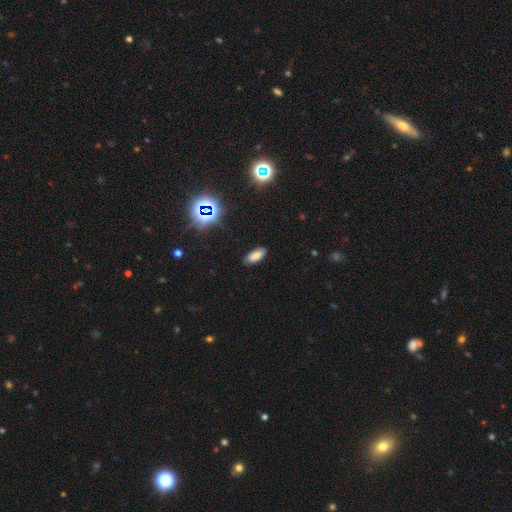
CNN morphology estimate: Q: Smooth or featured?
A: smooth (76%); runner-up: star or artifact (15%)
Q: How rounded?
A: in between (86%); runner-up: cigar-shaped (12%)
Q: Merging?
A: none (83%); runner-up: minor disturbance (13%)